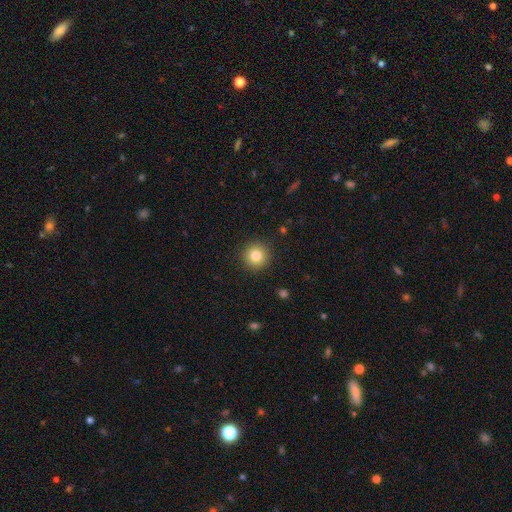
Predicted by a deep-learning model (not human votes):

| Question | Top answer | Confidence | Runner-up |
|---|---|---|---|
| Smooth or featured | smooth | 82% | star or artifact (11%) |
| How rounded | round | 95% | in between (4%) |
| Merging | none | 91% | minor disturbance (6%) |